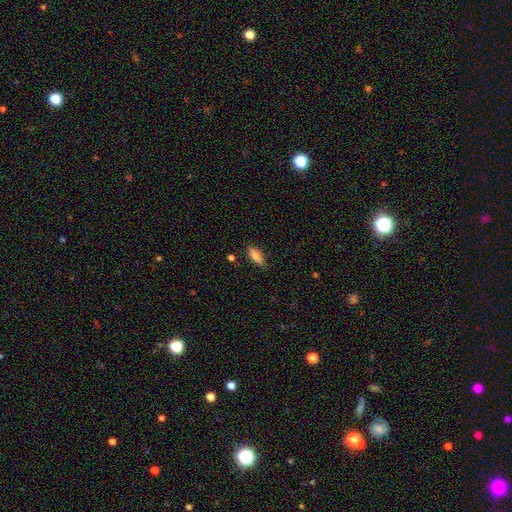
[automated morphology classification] Smooth or featured? smooth (80%)
How rounded? in between (69%)
Merging? none (83%)